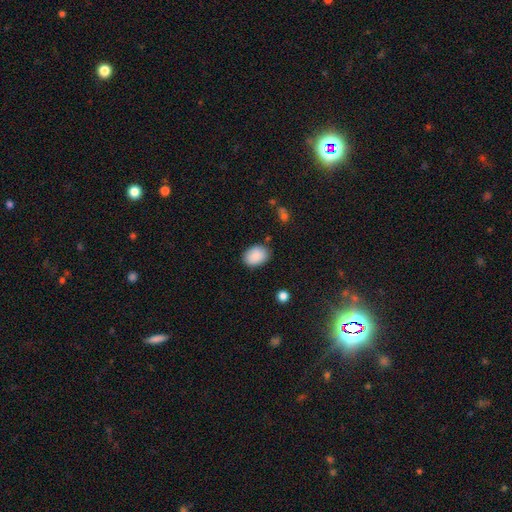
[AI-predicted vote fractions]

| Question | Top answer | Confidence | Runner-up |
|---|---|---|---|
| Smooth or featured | smooth | 89% | star or artifact (7%) |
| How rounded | in between | 72% | round (27%) |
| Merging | none | 82% | minor disturbance (13%) |